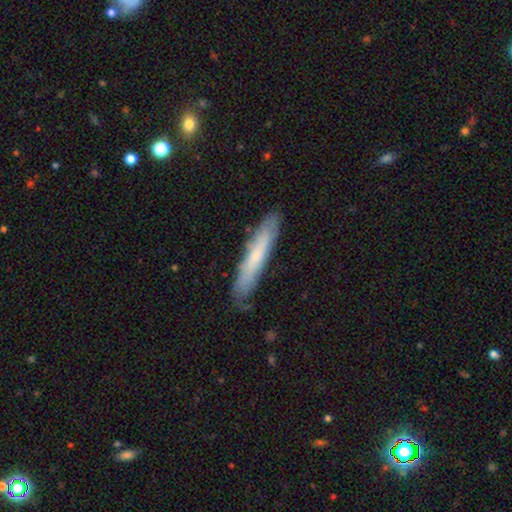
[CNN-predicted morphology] smooth-or-featured: smooth: 56% | featured or disk: 38% | star or artifact: 6%
  how-rounded: cigar-shaped: 91% | in between: 7% | round: 1%
  merging: none: 82% | minor disturbance: 14% | major disturbance: 2% | merger: 2%